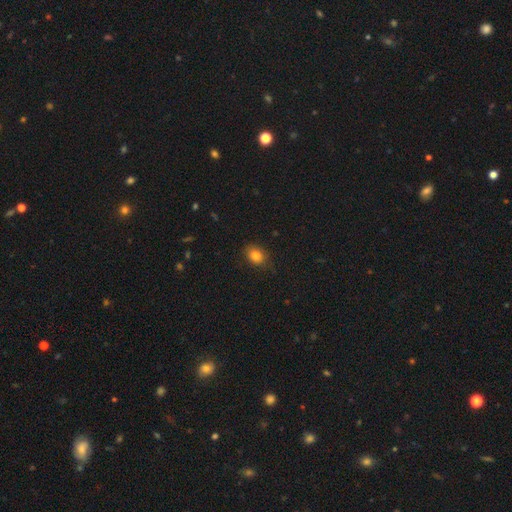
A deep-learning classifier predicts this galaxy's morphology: The model was most divided on "how rounded": in between: 57%, round: 42%, cigar-shaped: 1%. More confident: smooth or featured — smooth (82%); merging — none (81%).